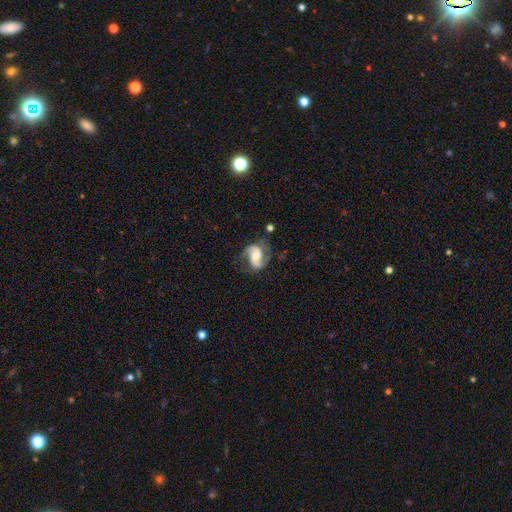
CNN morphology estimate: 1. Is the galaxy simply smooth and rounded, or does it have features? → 82% featured or disk, 12% smooth, 6% star or artifact.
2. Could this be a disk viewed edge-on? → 98% no, 2% yes.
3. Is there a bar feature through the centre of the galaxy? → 41% no, 37% weak, 22% strong.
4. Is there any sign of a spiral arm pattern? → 96% yes, 4% no.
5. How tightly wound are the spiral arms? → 48% medium, 33% loose, 19% tight.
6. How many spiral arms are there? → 89% 2, 4% 1, 3% can't tell, 2% 3, 1% 4, 1% more than 4.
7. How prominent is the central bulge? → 53% moderate, 28% small, 12% large, 4% none, 2% dominant.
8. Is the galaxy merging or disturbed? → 67% none, 19% minor disturbance, 11% major disturbance, 2% merger.